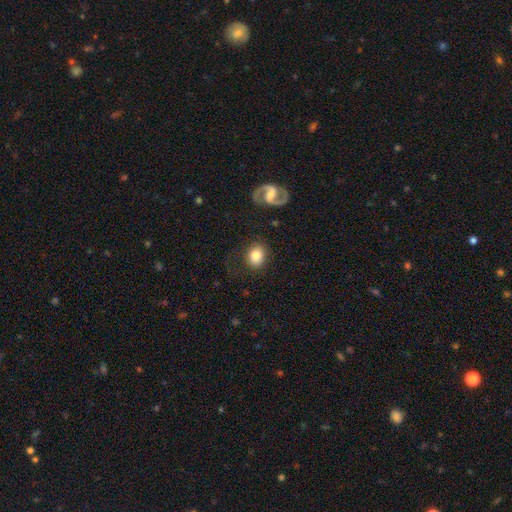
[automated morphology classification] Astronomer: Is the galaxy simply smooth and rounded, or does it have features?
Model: smooth — 77%.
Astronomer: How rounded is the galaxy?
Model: round — 57% (runner-up: in between, 42%).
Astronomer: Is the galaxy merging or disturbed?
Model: none — 78%.